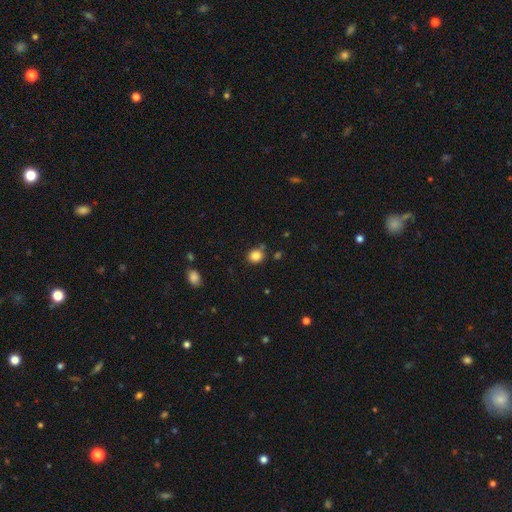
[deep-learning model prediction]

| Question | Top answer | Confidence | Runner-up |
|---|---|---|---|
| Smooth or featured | smooth | 85% | star or artifact (11%) |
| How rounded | round | 76% | in between (23%) |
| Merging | none | 80% | minor disturbance (11%) |